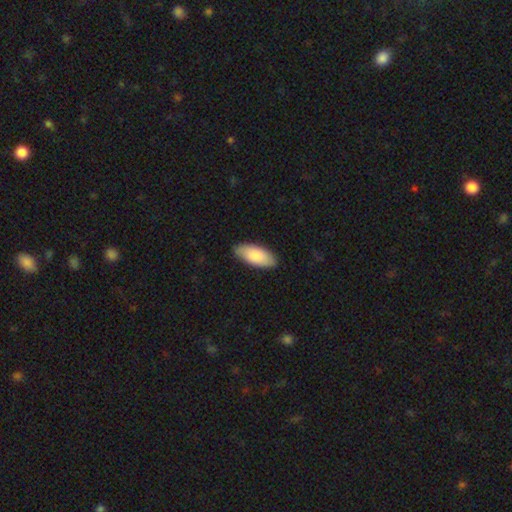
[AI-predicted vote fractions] Smooth or featured?
  - smooth: 85% *
  - featured or disk: 10%
  - star or artifact: 5%
How rounded?
  - in between: 87% *
  - cigar-shaped: 11%
  - round: 2%
Merging?
  - none: 86% *
  - minor disturbance: 12%
  - major disturbance: 2%
  - merger: 1%